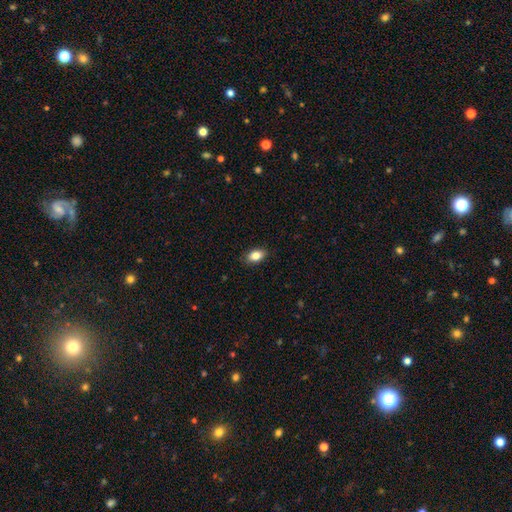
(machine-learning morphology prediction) Smooth or featured?
  - smooth: 84% *
  - featured or disk: 8%
  - star or artifact: 8%
How rounded?
  - in between: 88% *
  - round: 9%
  - cigar-shaped: 3%
Merging?
  - none: 87% *
  - minor disturbance: 10%
  - major disturbance: 2%
  - merger: 1%